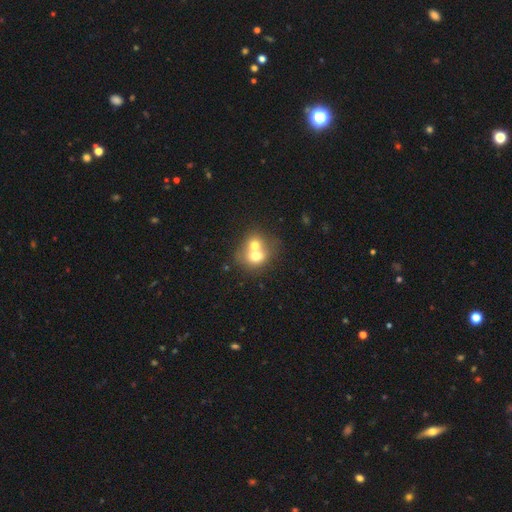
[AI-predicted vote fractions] smooth 65%, featured or disk 25%, star or artifact 10%. Down the decision tree: how rounded — round (66%); merging — merger (71%).